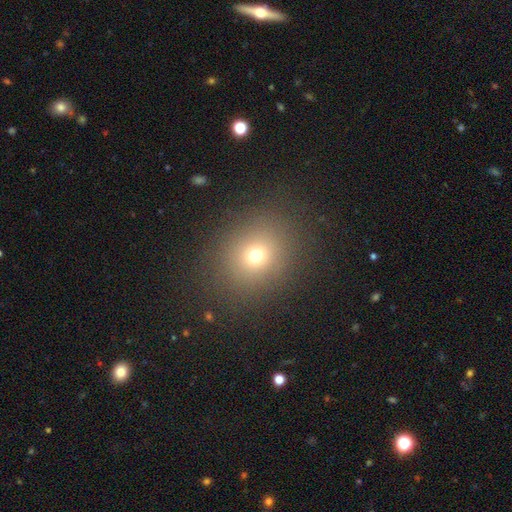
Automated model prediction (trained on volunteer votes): Morphology: type=smooth (69%); roundness=round (74%); merging=none (85%).